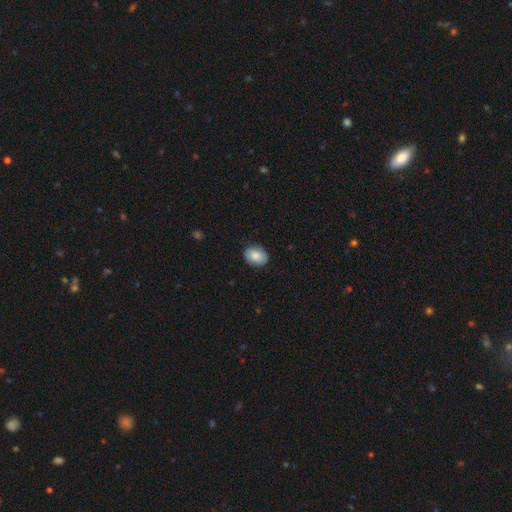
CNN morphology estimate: A smooth galaxy with no disk features (83%) that is in between round and cigar-shaped (68%). Merging: none (88%).